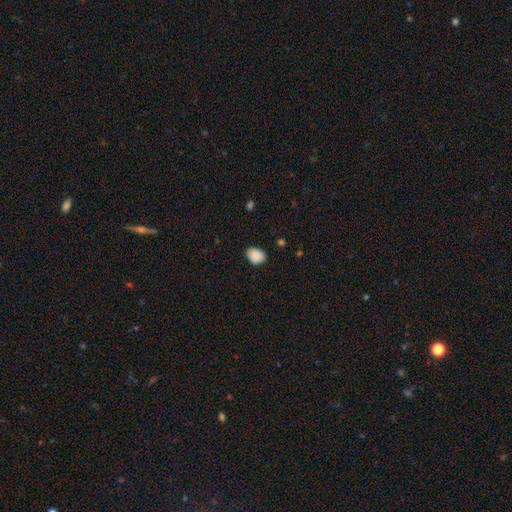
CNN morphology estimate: smooth-or-featured: smooth: 88% | star or artifact: 7% | featured or disk: 5%
  how-rounded: in between: 64% | round: 35% | cigar-shaped: 1%
  merging: none: 79% | minor disturbance: 17% | major disturbance: 3% | merger: 1%